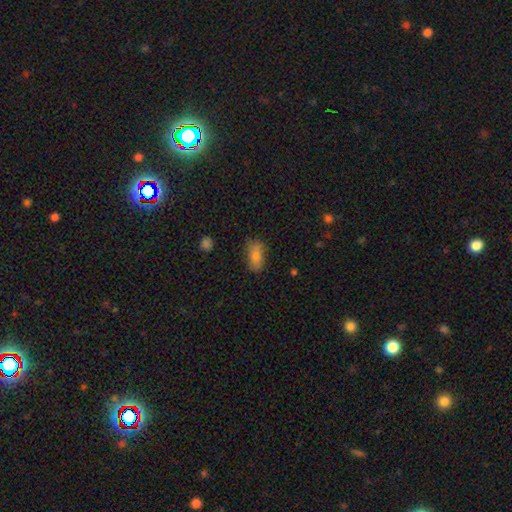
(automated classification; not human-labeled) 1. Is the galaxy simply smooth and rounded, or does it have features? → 73% smooth, 15% featured or disk, 11% star or artifact.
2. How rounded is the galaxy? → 85% in between, 9% cigar-shaped, 6% round.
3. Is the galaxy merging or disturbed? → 72% none, 21% minor disturbance, 5% major disturbance, 2% merger.